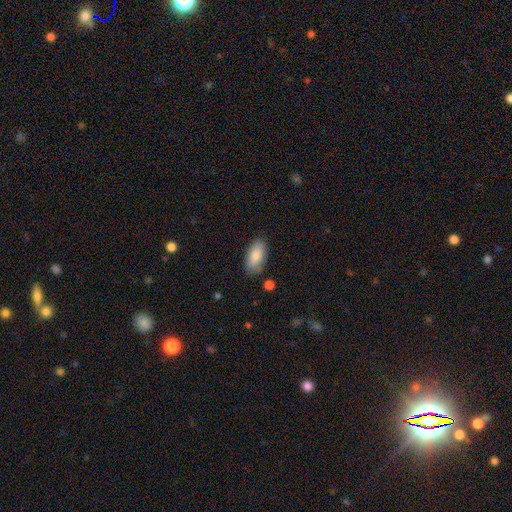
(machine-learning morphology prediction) Smooth or featured? smooth (85%)
How rounded? in between (92%)
Merging? none (82%)